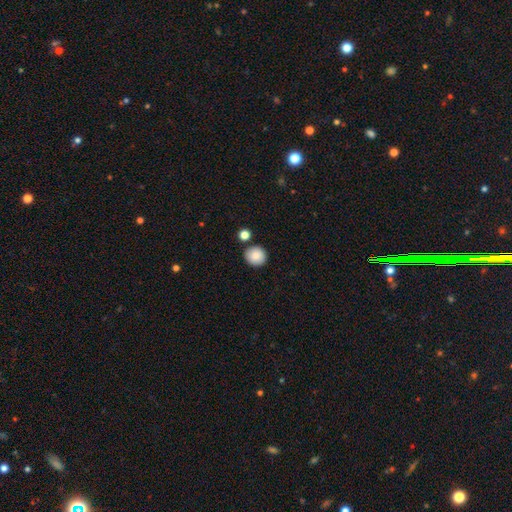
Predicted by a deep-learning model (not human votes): Overall: smooth (87%). How rounded: round (89%). Merging: none (85%).